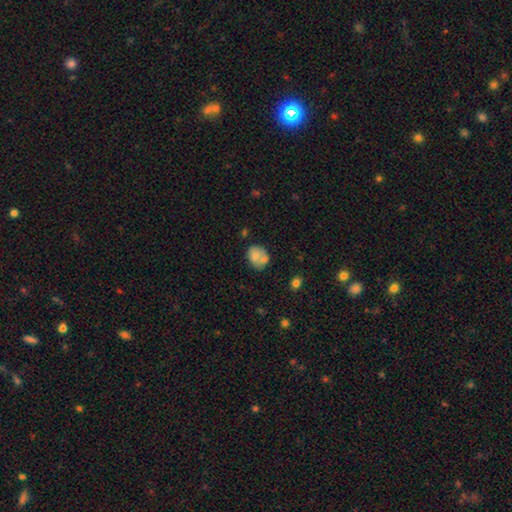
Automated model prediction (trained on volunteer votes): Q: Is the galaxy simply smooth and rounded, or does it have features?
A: smooth — 68%.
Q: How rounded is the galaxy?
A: round — 50%.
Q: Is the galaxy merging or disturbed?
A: none — 45%.